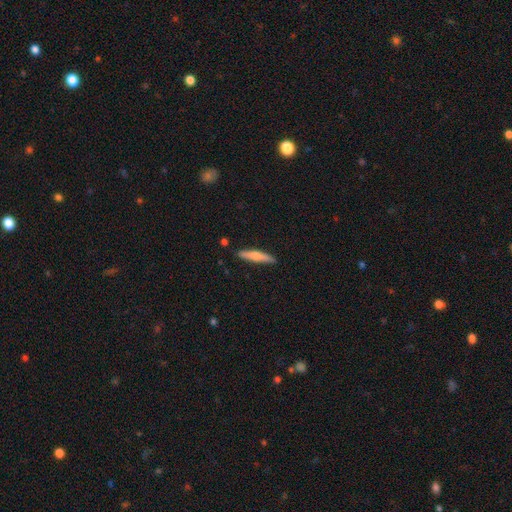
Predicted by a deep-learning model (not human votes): This is likely a smooth galaxy (61%). How rounded: clearly cigar-shaped (88%). Merging: clearly none (88%).